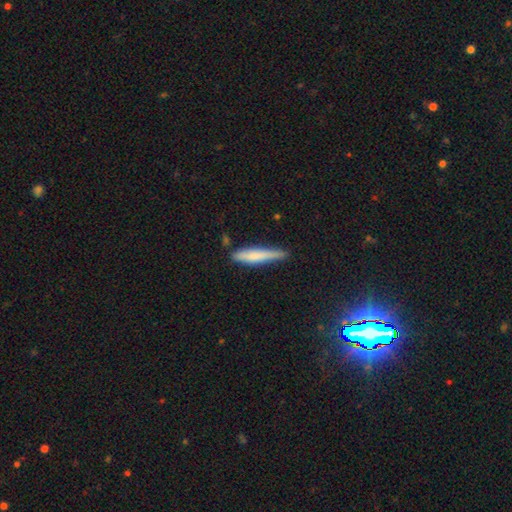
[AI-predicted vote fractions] Q: Smooth or featured?
A: smooth (72%); runner-up: featured or disk (22%)
Q: How rounded?
A: cigar-shaped (90%); runner-up: in between (8%)
Q: Merging?
A: none (69%); runner-up: minor disturbance (24%)